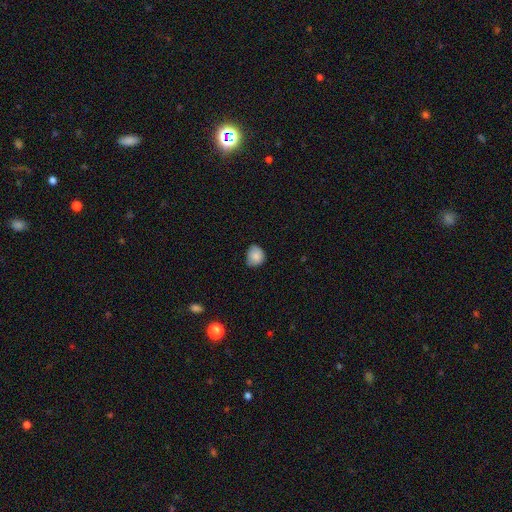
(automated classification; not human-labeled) smooth_or_featured: smooth (p=0.86) [alt: star or artifact p=0.08]
how_rounded: round (p=0.67) [alt: in between p=0.32]
merging: none (p=0.65) [alt: minor disturbance p=0.29]